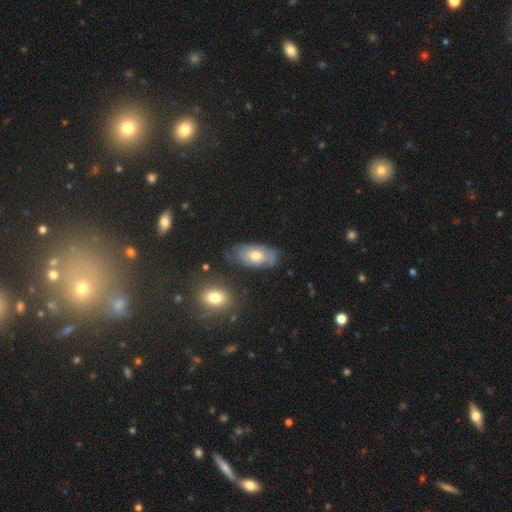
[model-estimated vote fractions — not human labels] smooth 50%, featured or disk 42%, star or artifact 8%. Down the decision tree: how rounded — in between (90%); merging — none (62%).